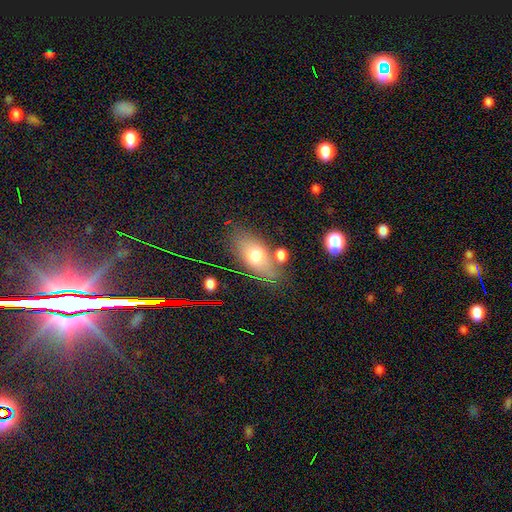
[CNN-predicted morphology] Smooth or featured? Predicted: smooth (p=0.69). How rounded? Predicted: in between (p=0.86). Merging? Predicted: none (p=0.70).